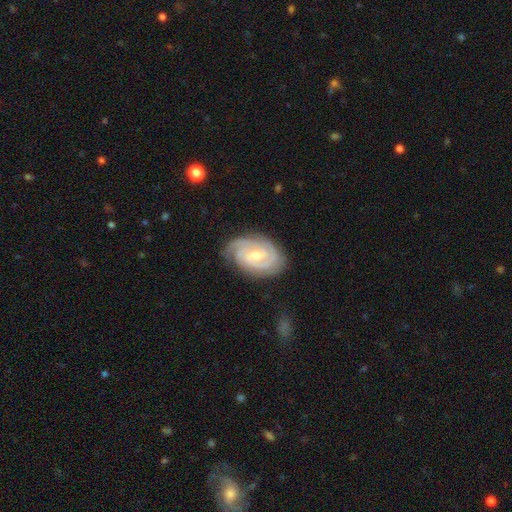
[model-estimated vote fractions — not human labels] Q: Smooth or featured?
A: featured or disk (88%); runner-up: smooth (7%)
Q: Edge-on disk?
A: no (97%); runner-up: yes (3%)
Q: Bar?
A: weak (52%); runner-up: no (33%)
Q: Spiral arms?
A: yes (98%); runner-up: no (2%)
Q: Spiral winding?
A: tight (74%); runner-up: medium (22%)
Q: Spiral arm count?
A: 3 (37%); runner-up: 2 (31%)
Q: Bulge size?
A: moderate (53%); runner-up: small (43%)
Q: Merging?
A: none (79%); runner-up: minor disturbance (16%)